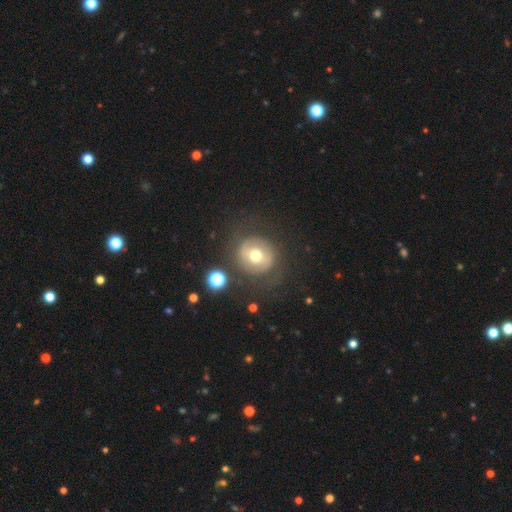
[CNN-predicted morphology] A smooth galaxy with no disk features (53%) that is round (89%).

Vote fractions:
- Smooth or featured? smooth: 53% / featured or disk: 36% / star or artifact: 10%
- How rounded? round: 89% / in between: 10% / cigar-shaped: 1%
- Merging? none: 75% / minor disturbance: 12% / major disturbance: 9% / merger: 3%